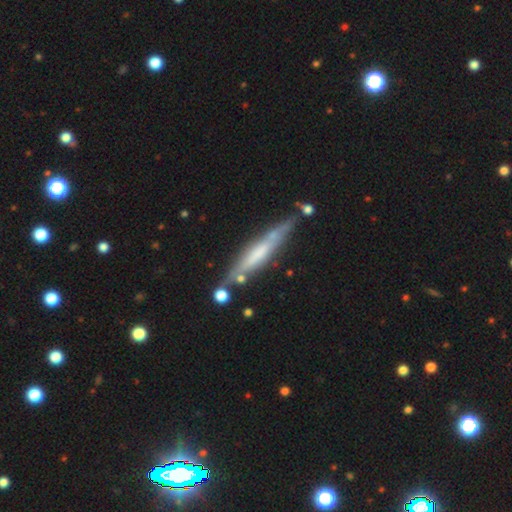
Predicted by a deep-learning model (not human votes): smooth-or-featured: featured or disk: 60% | smooth: 34% | star or artifact: 6%
  disk-edge-on: yes: 87% | no: 13%
    edge-on-bulge: none: 50% | boxy: 30% | rounded: 21%
  merging: none: 71% | minor disturbance: 17% | merger: 8% | major disturbance: 5%